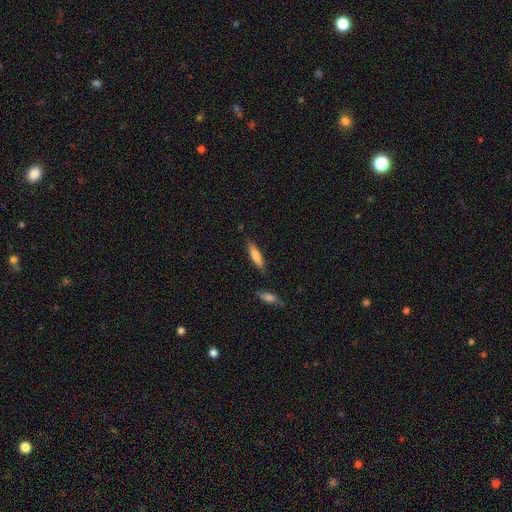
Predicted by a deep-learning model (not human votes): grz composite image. It shows a smooth galaxy with no disk features (74%) that is cigar-shaped (71%). Merging: none (79%).